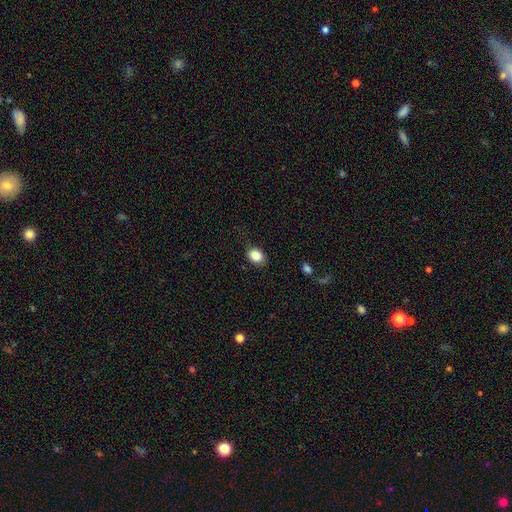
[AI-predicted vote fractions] Smooth or featured: smooth — 85% (star or artifact — 9%)
How rounded: in between — 63% (round — 36%)
Merging: none — 80% (minor disturbance — 15%)